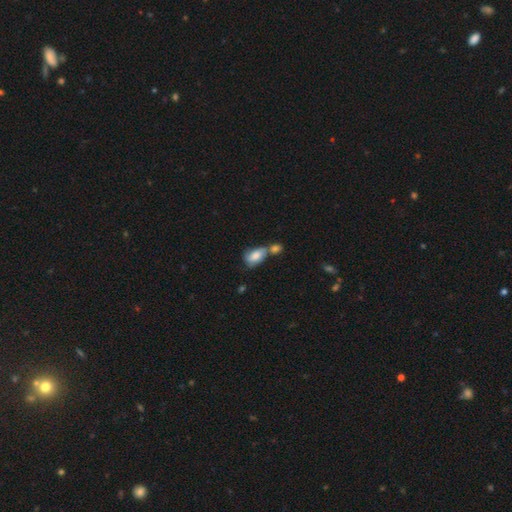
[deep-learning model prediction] Smooth or featured: smooth — 74% (featured or disk — 19%)
How rounded: in between — 89% (round — 8%)
Merging: merger — 54% (none — 23%)